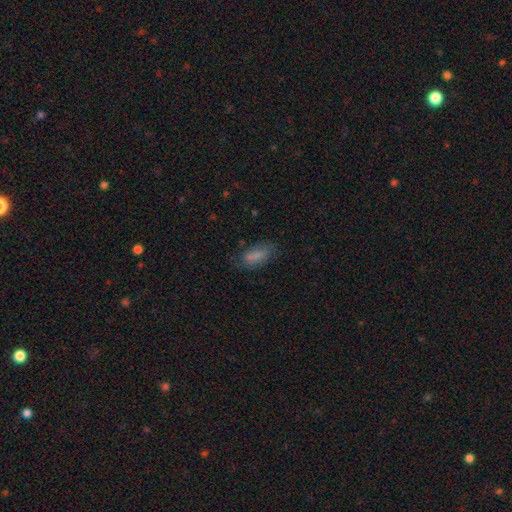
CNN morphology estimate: A smooth galaxy with no disk features (73%) that is in between round and cigar-shaped (79%).

Vote fractions:
- Smooth or featured? smooth: 73% / featured or disk: 18% / star or artifact: 9%
- How rounded? in between: 79% / cigar-shaped: 17% / round: 4%
- Merging? none: 67% / minor disturbance: 22% / major disturbance: 8% / merger: 3%